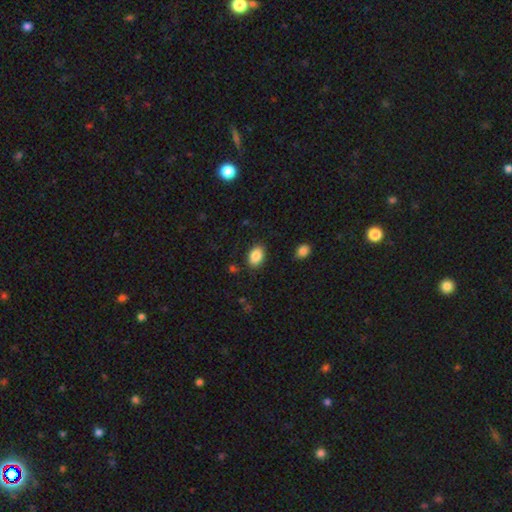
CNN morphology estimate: type=smooth (87%); roundness=in between (84%); merging=none (85%).